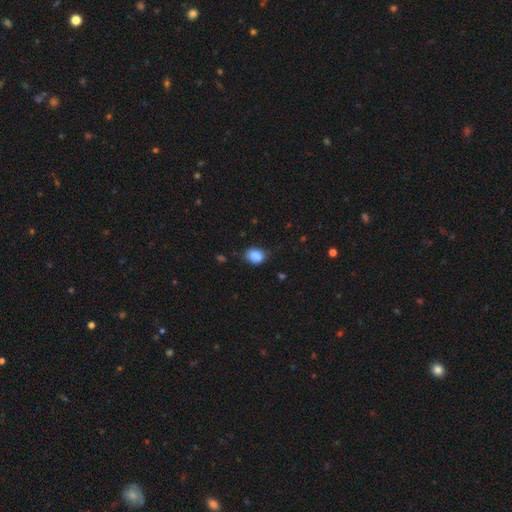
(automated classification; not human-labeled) A smooth galaxy with no disk features (85%) that is in between round and cigar-shaped (62%). Merging: none (64%).